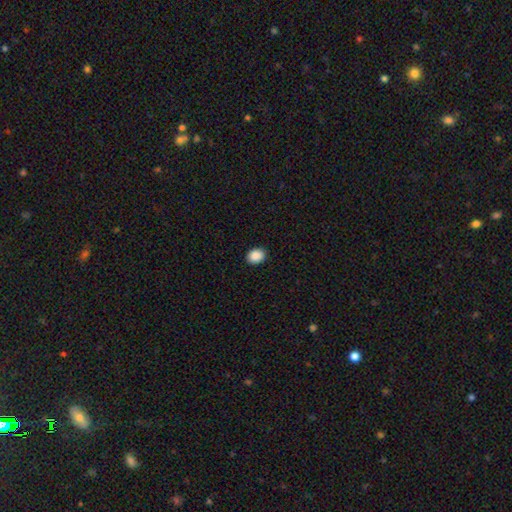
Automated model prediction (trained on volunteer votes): Smooth or featured?
  - smooth: 90% *
  - star or artifact: 8%
  - featured or disk: 2%
How rounded?
  - in between: 53% *
  - round: 46%
  - cigar-shaped: 1%
Merging?
  - none: 91% *
  - minor disturbance: 6%
  - major disturbance: 2%
  - merger: 1%